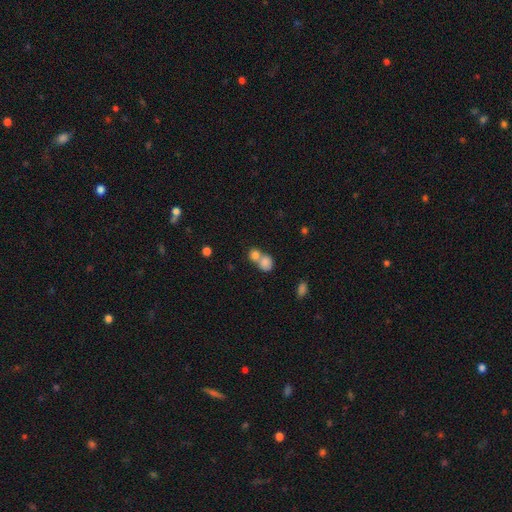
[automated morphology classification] Smooth or featured? Predicted: smooth (p=0.81). How rounded? Predicted: round (p=0.69). Merging? Predicted: merger (p=0.62).